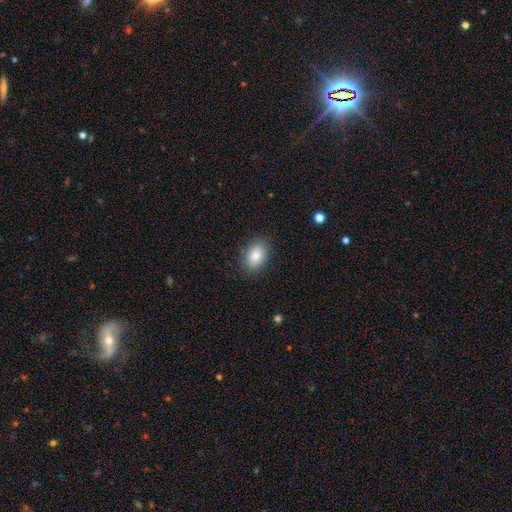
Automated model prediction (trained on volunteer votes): smooth-or-featured: smooth: 85% | star or artifact: 8% | featured or disk: 7%
  how-rounded: in between: 87% | round: 12% | cigar-shaped: 1%
  merging: none: 86% | minor disturbance: 11% | major disturbance: 3% | merger: 1%